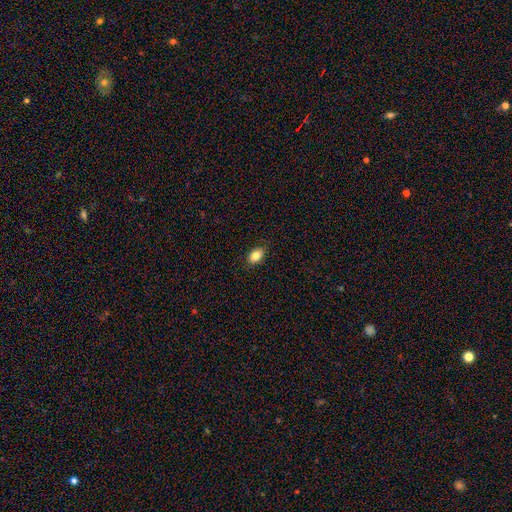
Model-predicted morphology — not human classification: Smooth or featured: smooth — 83% (star or artifact — 8%)
How rounded: in between — 87% (round — 12%)
Merging: none — 87% (minor disturbance — 10%)